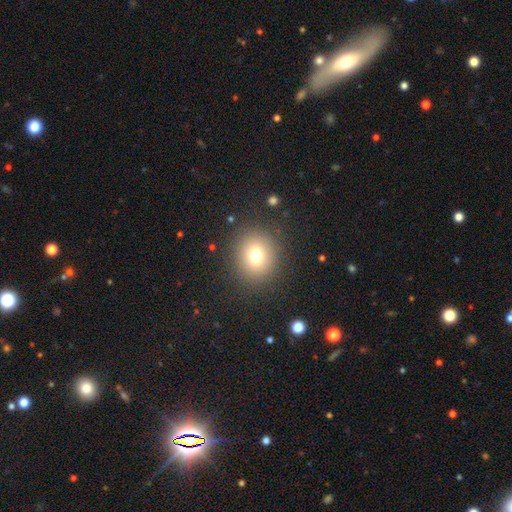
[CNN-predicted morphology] smooth-or-featured: smooth: 74% | star or artifact: 16% | featured or disk: 11%
  how-rounded: round: 85% | in between: 14% | cigar-shaped: 1%
  merging: none: 88% | minor disturbance: 7% | major disturbance: 4% | merger: 1%